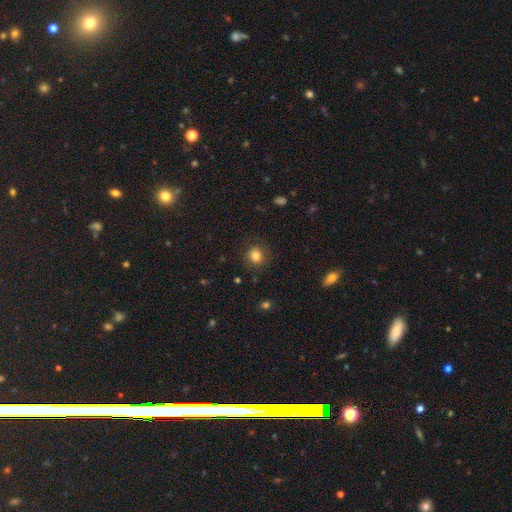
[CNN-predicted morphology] Overall: smooth (82%). How rounded: round (82%). Merging: none (84%).